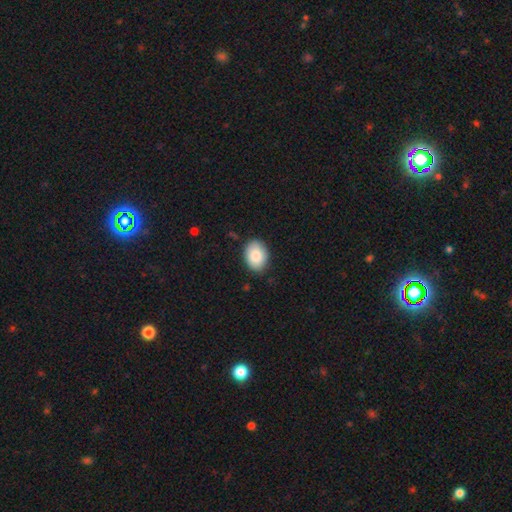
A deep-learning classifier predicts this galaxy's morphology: A smooth galaxy with no disk features (86%) that is in between round and cigar-shaped (78%).

Vote fractions:
- Smooth or featured? smooth: 86% / featured or disk: 8% / star or artifact: 6%
- How rounded? in between: 78% / round: 21% / cigar-shaped: 1%
- Merging? none: 85% / minor disturbance: 11% / major disturbance: 2% / merger: 1%